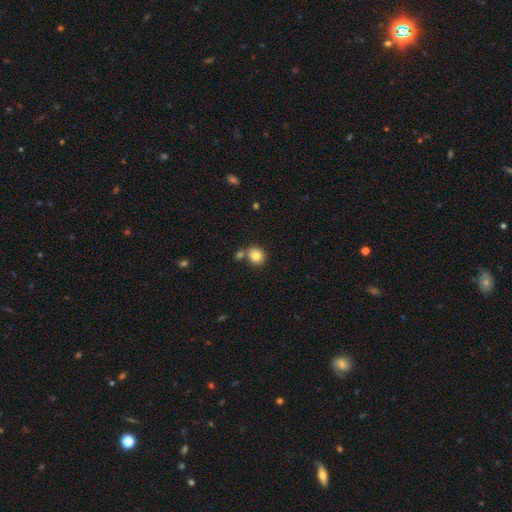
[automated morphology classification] Smooth or featured? smooth (82%)
How rounded? round (76%)
Merging? none (68%)